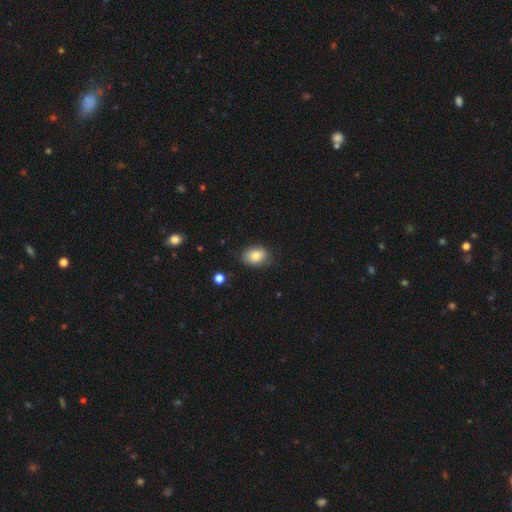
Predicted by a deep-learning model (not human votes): smooth 84%, featured or disk 8%, star or artifact 8%. Down the decision tree: how rounded — in between (75%); merging — none (75%).